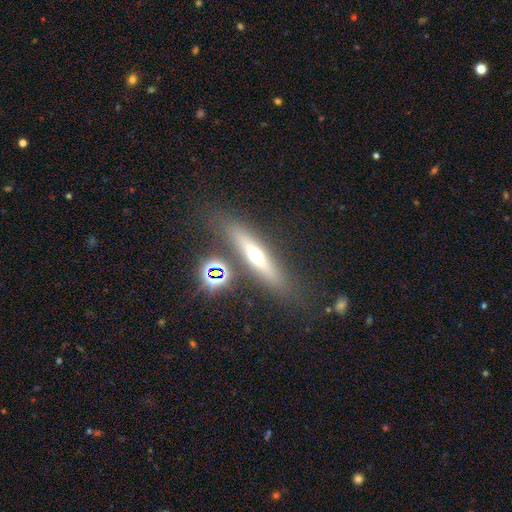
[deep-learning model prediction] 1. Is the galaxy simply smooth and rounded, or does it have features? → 43% smooth (tied), 43% featured or disk (tied), 14% star or artifact.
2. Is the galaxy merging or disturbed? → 78% none, 11% minor disturbance, 6% merger, 5% major disturbance.